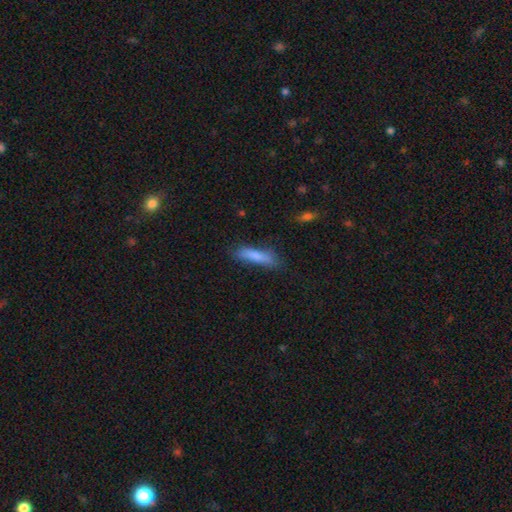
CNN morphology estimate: Smooth or featured? Predicted: smooth (p=0.80). How rounded? Predicted: cigar-shaped (p=0.80). Merging? Predicted: none (p=0.74).